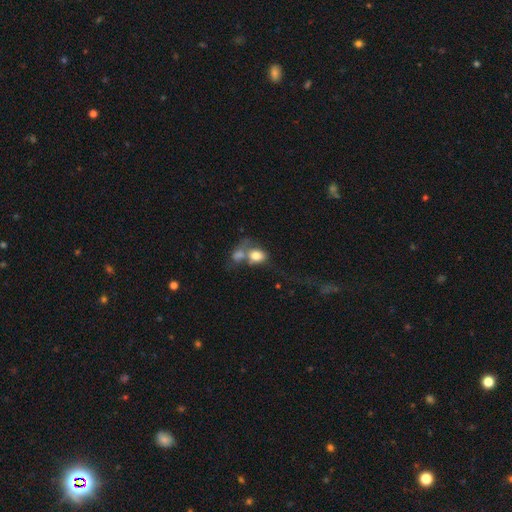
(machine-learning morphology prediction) The model was most divided on "how rounded": in between: 57%, round: 41%, cigar-shaped: 2%. More confident: smooth or featured — smooth (76%); merging — merger (60%).